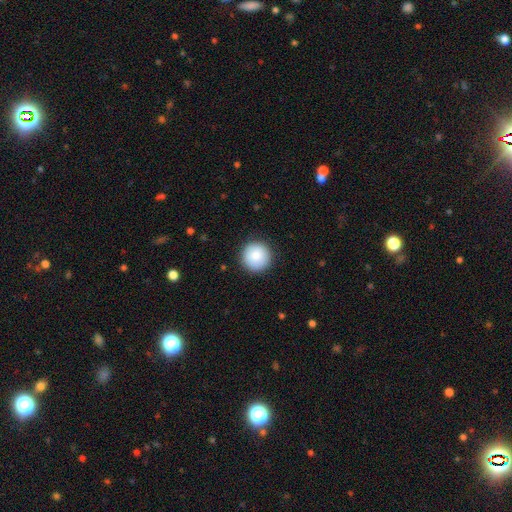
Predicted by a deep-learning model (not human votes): A smooth galaxy with no disk features (87%) that is round (96%).

Vote fractions:
- Smooth or featured? smooth: 87% / star or artifact: 7% / featured or disk: 5%
- How rounded? round: 96% / in between: 3% / cigar-shaped: 1%
- Merging? none: 91% / minor disturbance: 6% / major disturbance: 2% / merger: 1%